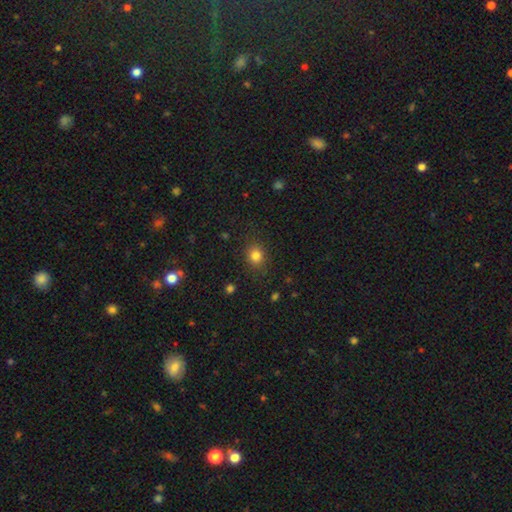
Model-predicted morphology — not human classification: Smooth or featured: smooth — 82% (star or artifact — 13%)
How rounded: round — 74% (in between — 25%)
Merging: none — 87% (minor disturbance — 9%)